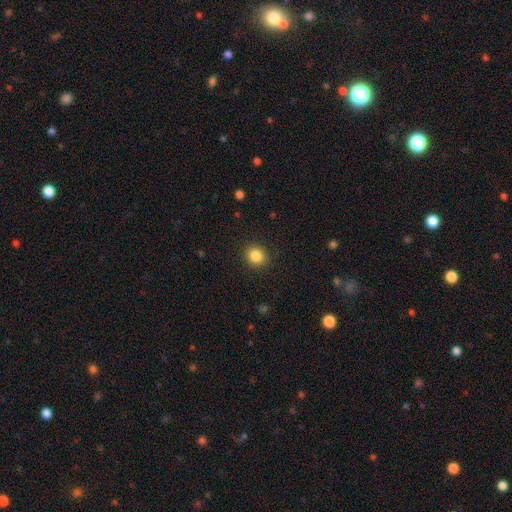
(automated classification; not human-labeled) A smooth galaxy with no disk features (85%) that is round (77%). Merging: none (89%).